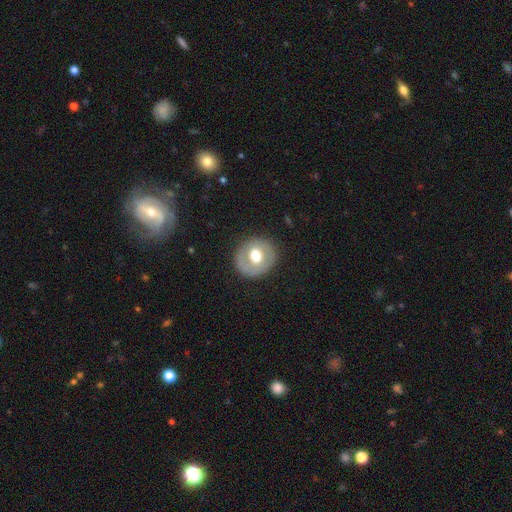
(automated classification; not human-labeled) smooth_or_featured: smooth (p=0.54) [alt: featured or disk p=0.39]
how_rounded: round (p=0.86) [alt: in between p=0.13]
merging: none (p=0.84) [alt: minor disturbance p=0.11]